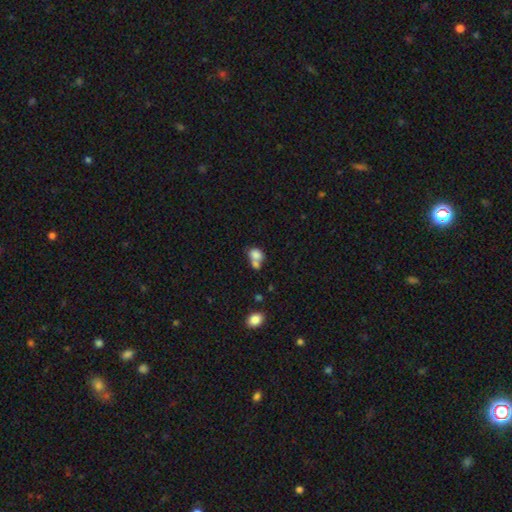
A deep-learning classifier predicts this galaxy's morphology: Smooth or featured?
  - smooth: 79% *
  - featured or disk: 12%
  - star or artifact: 10%
How rounded?
  - in between: 58% *
  - round: 41%
  - cigar-shaped: 1%
Merging?
  - merger: 57% *
  - none: 27%
  - minor disturbance: 10%
  - major disturbance: 6%